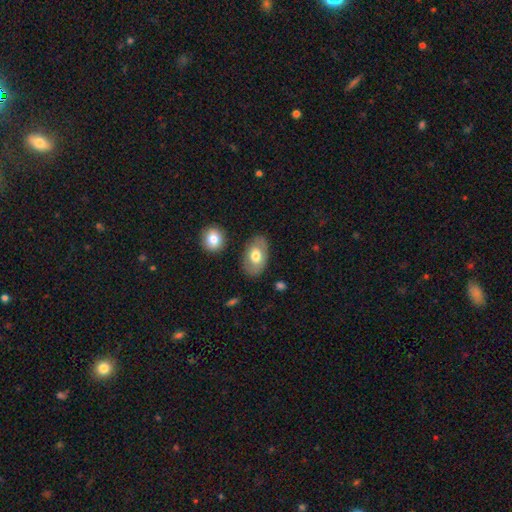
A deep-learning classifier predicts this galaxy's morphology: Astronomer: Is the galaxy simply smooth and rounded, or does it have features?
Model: smooth — 65%.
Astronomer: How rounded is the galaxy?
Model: in between — 90%.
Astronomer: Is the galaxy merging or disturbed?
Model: none — 81%.